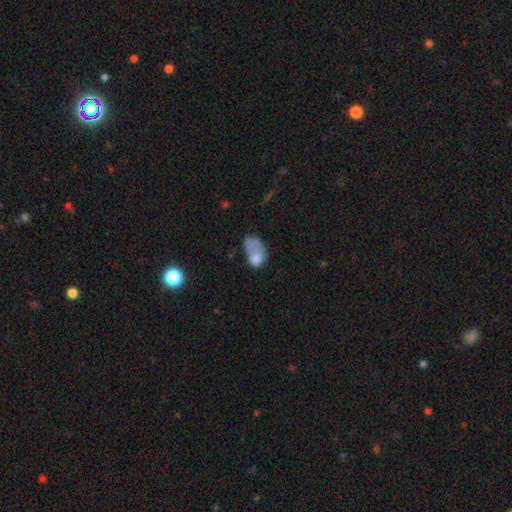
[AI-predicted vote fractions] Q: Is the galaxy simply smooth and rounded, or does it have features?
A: smooth — 70%.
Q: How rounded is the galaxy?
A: in between — 85%.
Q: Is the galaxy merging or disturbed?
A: major disturbance — 41%.